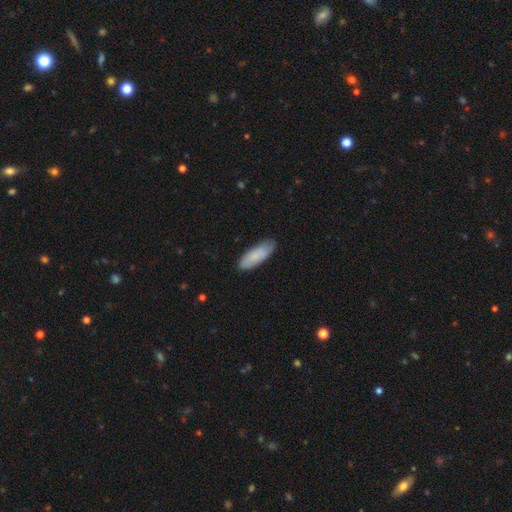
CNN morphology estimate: Overall: smooth (82%). How rounded: in between (66%; cigar-shaped 33%). Merging: none (84%).